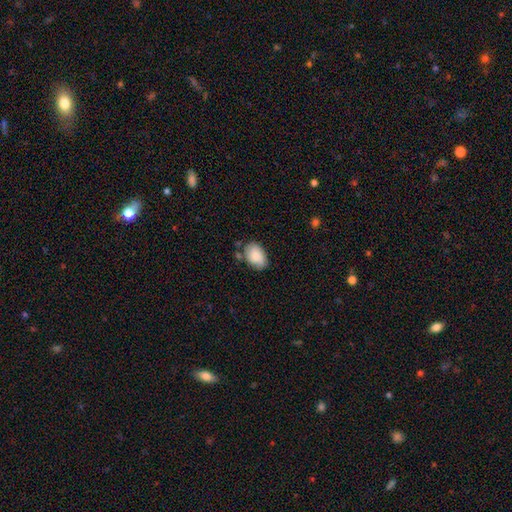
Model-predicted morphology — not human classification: A smooth galaxy with no disk features (84%) that is in between round and cigar-shaped (86%). Merging: none (66%).